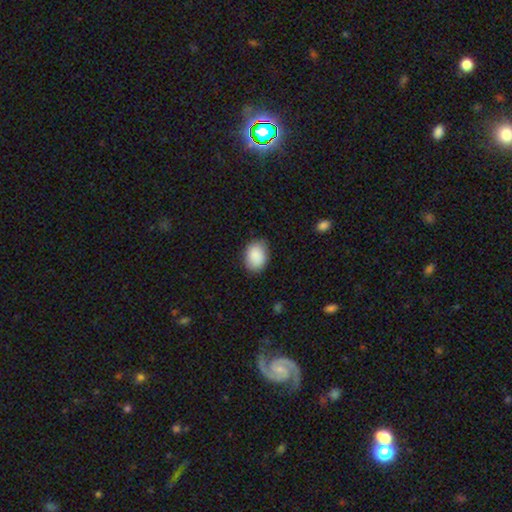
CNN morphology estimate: The model was most divided on "how rounded": in between: 71%, round: 28%, cigar-shaped: 1%. More confident: smooth or featured — smooth (89%); merging — none (81%).